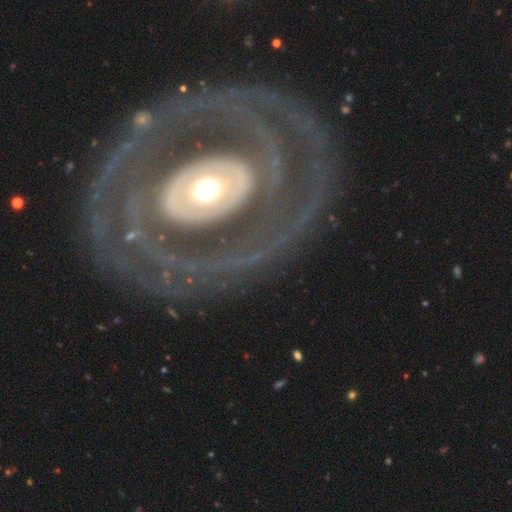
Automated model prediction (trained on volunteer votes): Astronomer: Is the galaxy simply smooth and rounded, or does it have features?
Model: featured or disk — 85%.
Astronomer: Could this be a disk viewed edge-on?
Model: no — 96%.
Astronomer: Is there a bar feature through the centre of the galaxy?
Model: no — 69%.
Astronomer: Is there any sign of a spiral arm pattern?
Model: yes — 75%.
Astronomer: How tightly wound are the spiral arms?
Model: tight — 75%.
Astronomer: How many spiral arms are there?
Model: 2 — 32% (runner-up: can't tell, 31%).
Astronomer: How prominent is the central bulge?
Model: moderate — 61%.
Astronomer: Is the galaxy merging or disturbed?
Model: none — 79%.